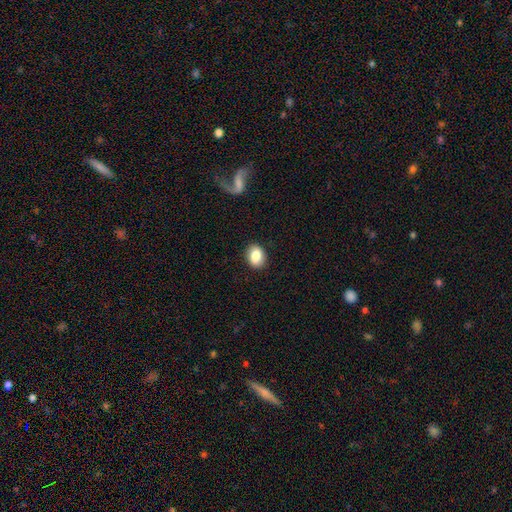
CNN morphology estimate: smooth_or_featured: smooth (p=0.83) [alt: featured or disk p=0.09]
how_rounded: in between (p=0.64) [alt: round p=0.35]
merging: none (p=0.89) [alt: minor disturbance p=0.08]